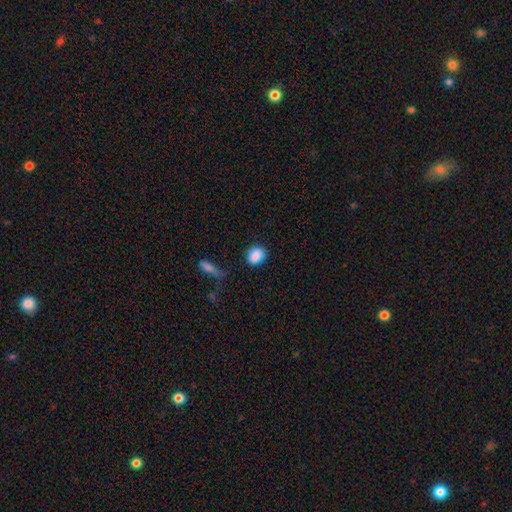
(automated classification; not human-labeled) smooth_or_featured: smooth (p=0.87) [alt: star or artifact p=0.08]
how_rounded: round (p=0.51) [alt: in between p=0.47]
merging: none (p=0.75) [alt: minor disturbance p=0.16]